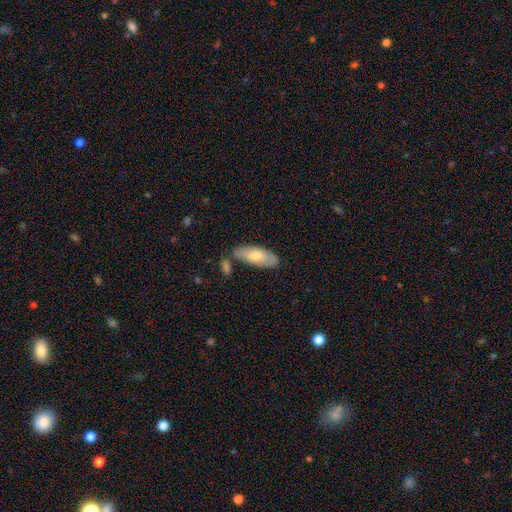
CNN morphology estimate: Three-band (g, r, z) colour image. It shows a smooth galaxy with no disk features (72%) that is in between round and cigar-shaped (73%). Merging: none (72%).